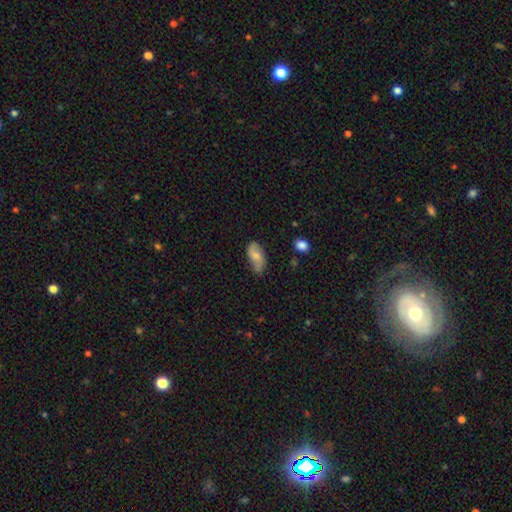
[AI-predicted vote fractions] Smooth or featured: smooth — 59% (featured or disk — 34%)
How rounded: in between — 91% (cigar-shaped — 6%)
Merging: none — 68% (minor disturbance — 25%)